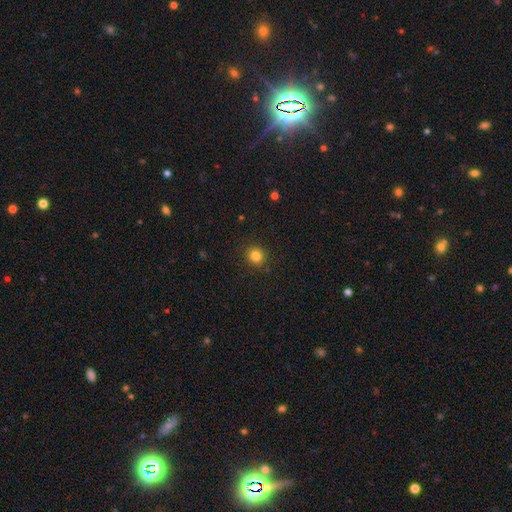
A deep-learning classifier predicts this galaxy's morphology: A smooth galaxy with no disk features (83%) that is round (91%).

Vote fractions:
- Smooth or featured? smooth: 83% / star or artifact: 12% / featured or disk: 5%
- How rounded? round: 91% / in between: 8% / cigar-shaped: 1%
- Merging? none: 91% / minor disturbance: 6% / major disturbance: 2% / merger: 1%